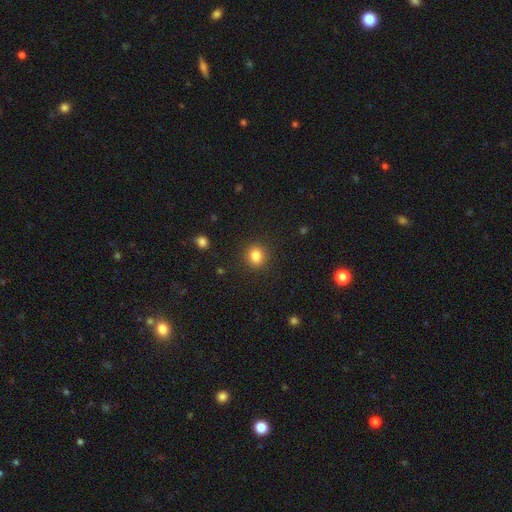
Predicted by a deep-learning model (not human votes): smooth-or-featured: smooth: 83% | star or artifact: 11% | featured or disk: 6%
  how-rounded: round: 84% | in between: 15% | cigar-shaped: 1%
  merging: none: 90% | minor disturbance: 6% | major disturbance: 2% | merger: 1%